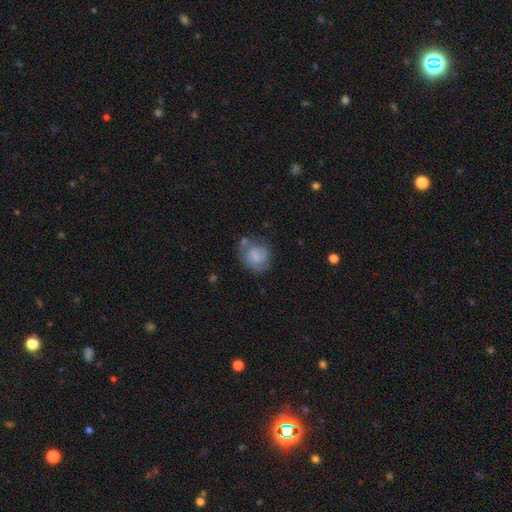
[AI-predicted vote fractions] smooth 63%, featured or disk 30%, star or artifact 8%. Down the decision tree: how rounded — round (76%); merging — none (52%).